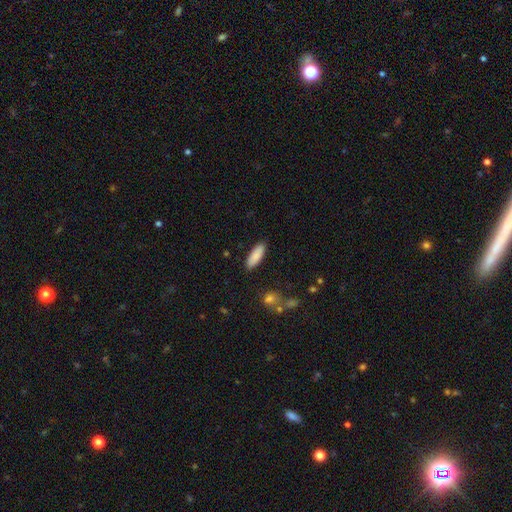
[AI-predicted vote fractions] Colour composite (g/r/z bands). It shows a smooth galaxy with no disk features (88%) that is in between round and cigar-shaped (58%). Merging: none (89%).